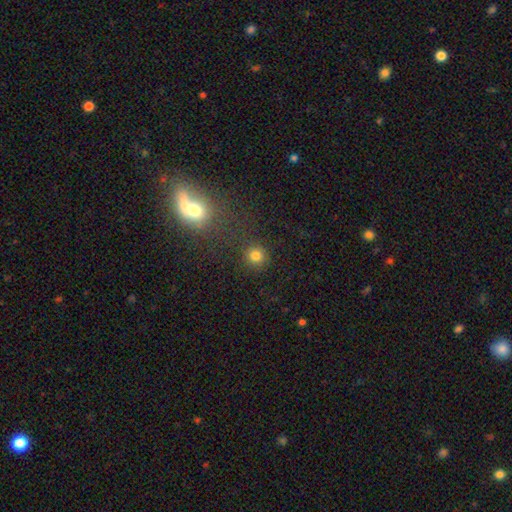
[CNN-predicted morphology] A smooth galaxy with no disk features (79%) that is round (93%). Merging: none (84%).